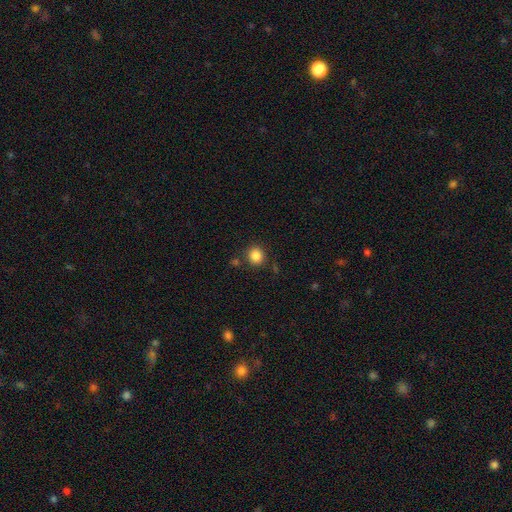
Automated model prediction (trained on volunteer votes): A smooth galaxy with no disk features (85%) that is round (86%). Merging: none (83%).